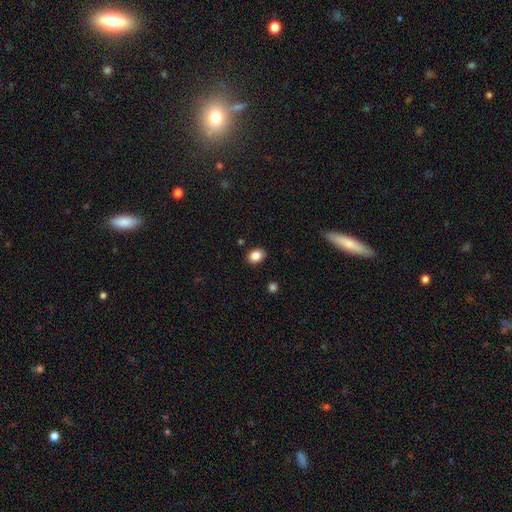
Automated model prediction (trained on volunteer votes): smooth 86%, star or artifact 9%, featured or disk 5%. Down the decision tree: how rounded — in between (56%); merging — none (88%).